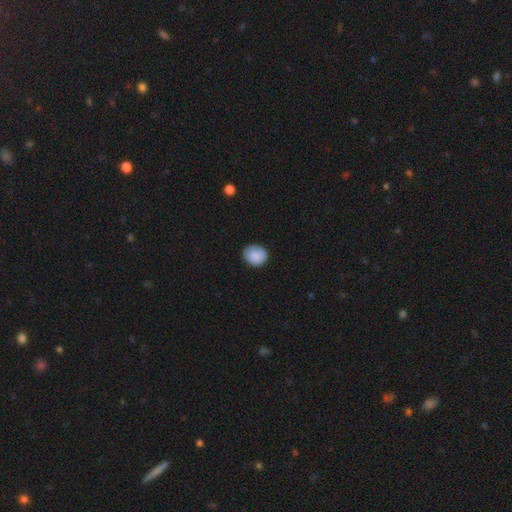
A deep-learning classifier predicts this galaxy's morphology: A smooth galaxy with no disk features (88%) that is round (75%). Merging: none (83%).